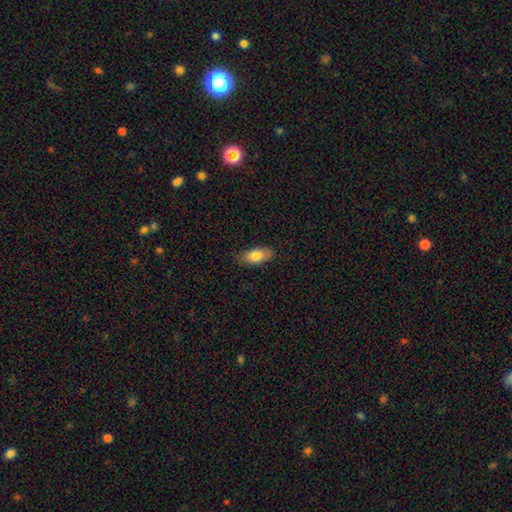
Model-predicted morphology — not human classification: Smooth or featured? Predicted: smooth (p=0.82). How rounded? Predicted: in between (p=0.88). Merging? Predicted: none (p=0.83).